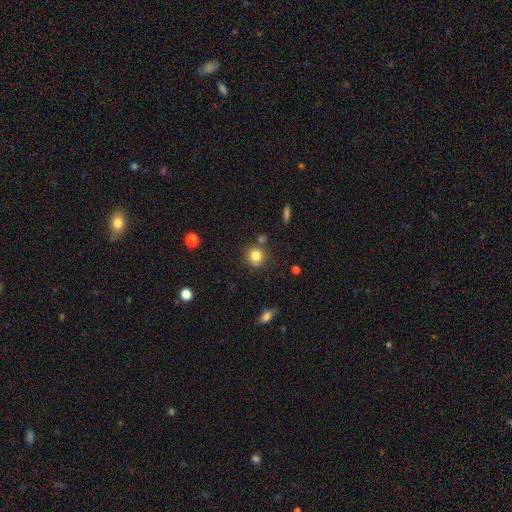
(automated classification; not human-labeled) Overall: smooth (81%). How rounded: round (88%). Merging: none (74%).